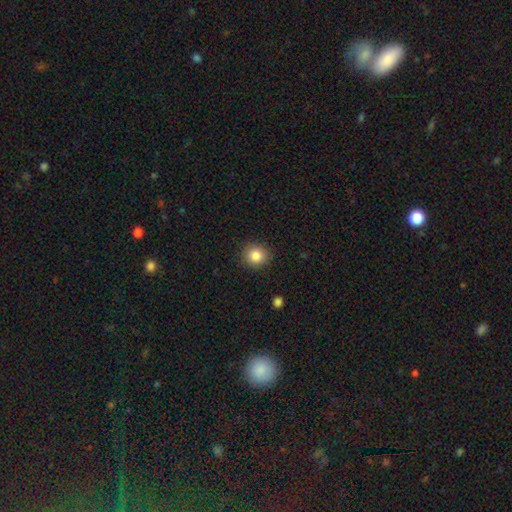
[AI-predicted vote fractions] Overall: smooth (84%). How rounded: round (85%). Merging: none (89%).